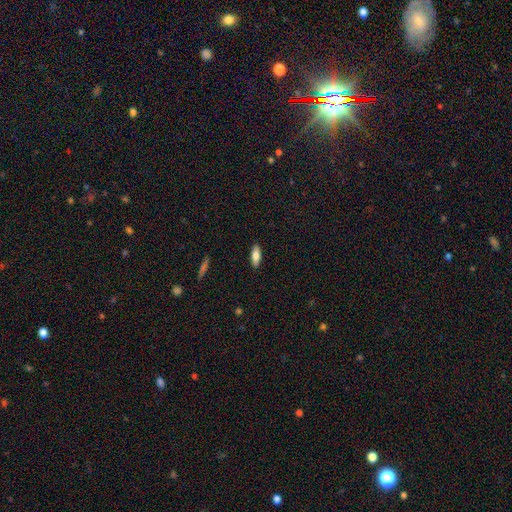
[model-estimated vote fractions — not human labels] Q: Smooth or featured?
A: smooth (82%); runner-up: featured or disk (12%)
Q: How rounded?
A: in between (67%); runner-up: cigar-shaped (31%)
Q: Merging?
A: none (90%); runner-up: minor disturbance (8%)